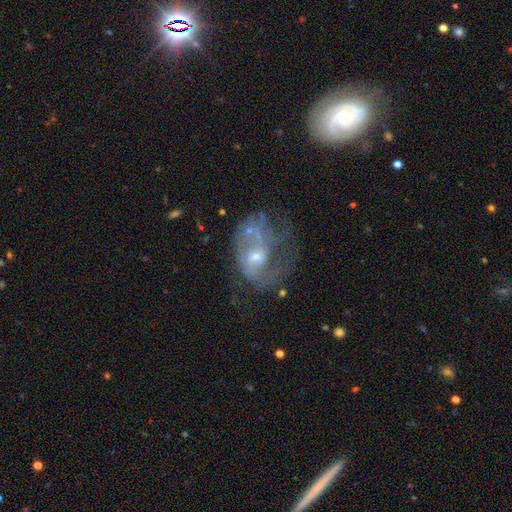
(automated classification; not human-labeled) The model was most divided on "merging": major disturbance: 39%, none: 29%, minor disturbance: 17%, merger: 15%. More confident: edge-on disk — no (97%); smooth or featured — featured or disk (70%); bar — no (67%); spiral arms — yes (60%); bulge size — small (54%).